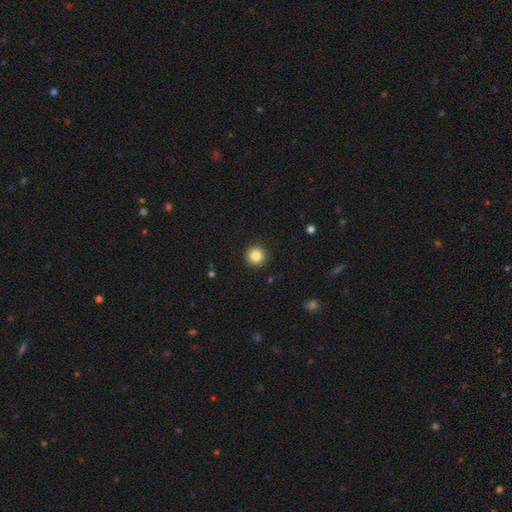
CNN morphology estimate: Overall: smooth (85%). How rounded: round (96%). Merging: none (93%).